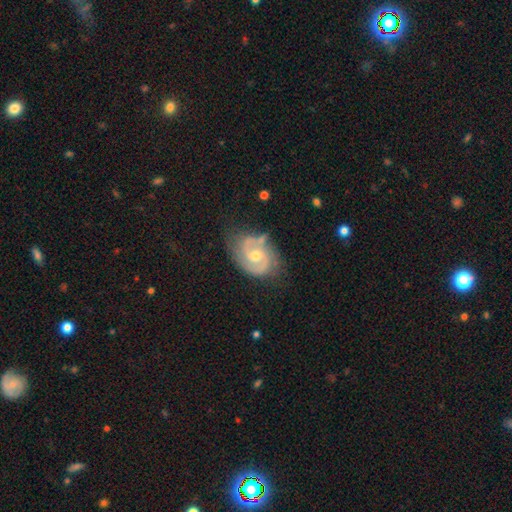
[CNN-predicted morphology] Smooth or featured? featured or disk (84%)
Edge-on disk? no (97%)
Bar? no (52%)
Spiral arms? yes (95%)
Spiral winding? medium (50%)
Spiral arm count? 2 (85%)
Bulge size? moderate (64%)
Merging? none (67%)